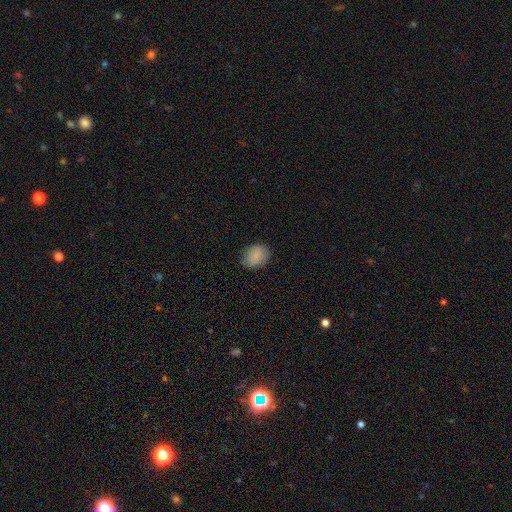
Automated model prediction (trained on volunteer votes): Smooth or featured? smooth (87%)
How rounded? in between (64%)
Merging? none (85%)